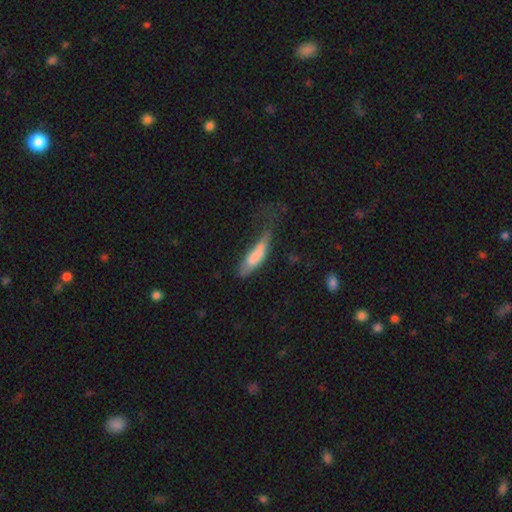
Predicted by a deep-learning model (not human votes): Smooth or featured?
  - smooth: 69% *
  - featured or disk: 24%
  - star or artifact: 7%
How rounded?
  - cigar-shaped: 59% *
  - in between: 39%
  - round: 2%
Merging?
  - major disturbance: 36% *
  - minor disturbance: 33%
  - none: 25%
  - merger: 7%